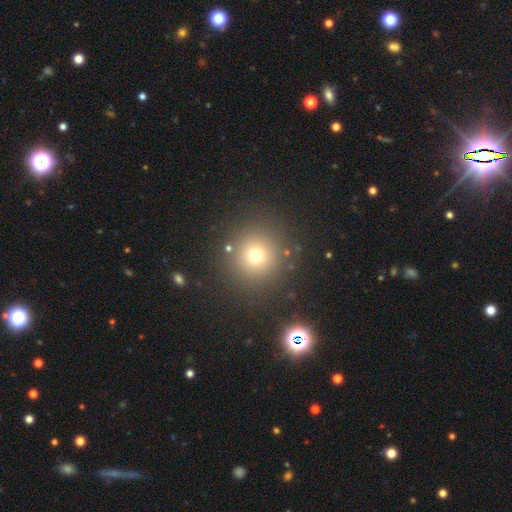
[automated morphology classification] type=smooth (71%); roundness=round (94%); merging=none (87%).